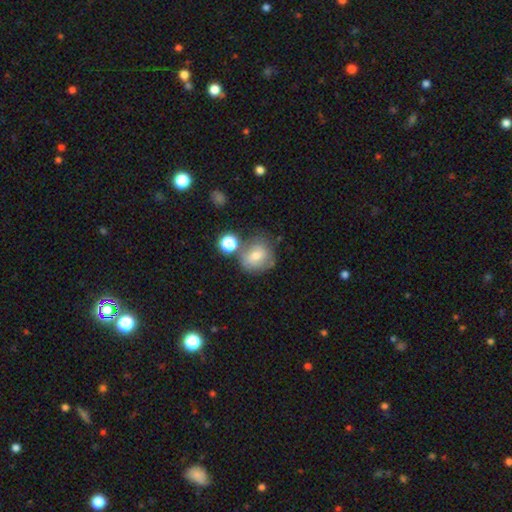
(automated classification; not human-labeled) This appears to be a smooth galaxy with no disk features (57%) that is round (71%). Merging: none (51%).